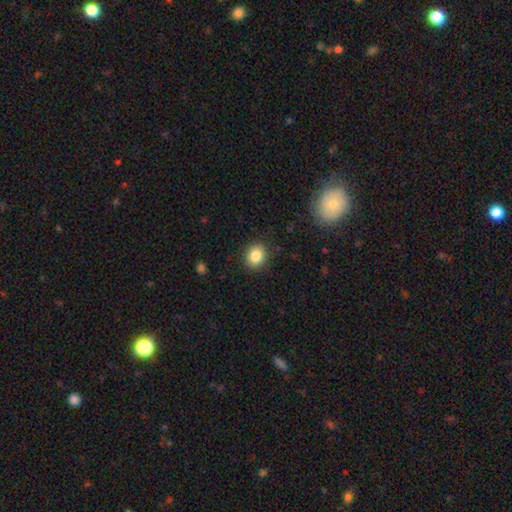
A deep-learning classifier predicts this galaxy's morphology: smooth-or-featured: smooth: 85% | star or artifact: 10% | featured or disk: 6%
  how-rounded: round: 74% | in between: 25% | cigar-shaped: 1%
  merging: none: 89% | minor disturbance: 8% | major disturbance: 2% | merger: 1%